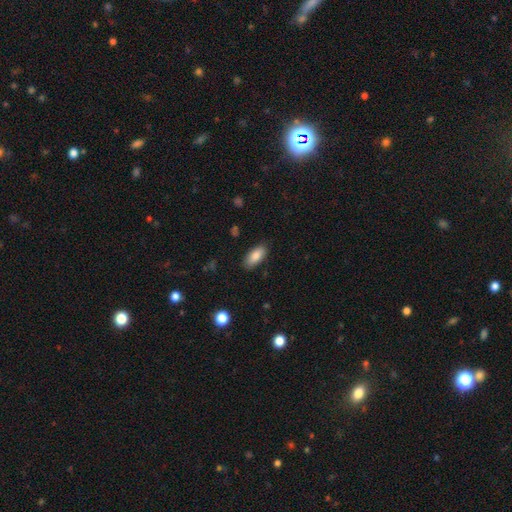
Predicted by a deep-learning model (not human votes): smooth-or-featured: smooth: 85% | featured or disk: 9% | star or artifact: 7%
  how-rounded: in between: 88% | cigar-shaped: 10% | round: 2%
  merging: none: 87% | minor disturbance: 10% | major disturbance: 2% | merger: 1%